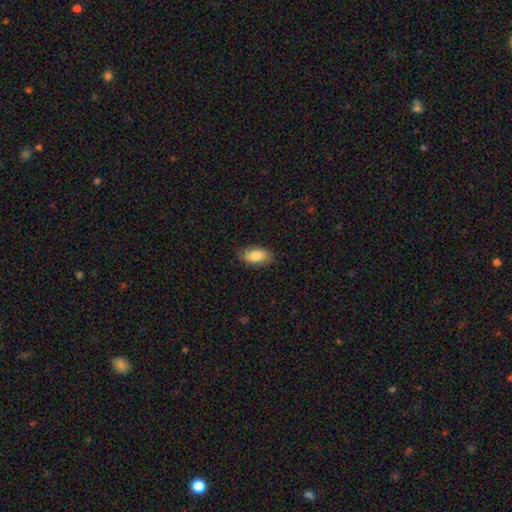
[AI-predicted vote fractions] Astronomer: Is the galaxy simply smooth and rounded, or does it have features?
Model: smooth — 84%.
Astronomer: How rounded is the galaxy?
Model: in between — 92%.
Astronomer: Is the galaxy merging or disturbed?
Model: none — 84%.